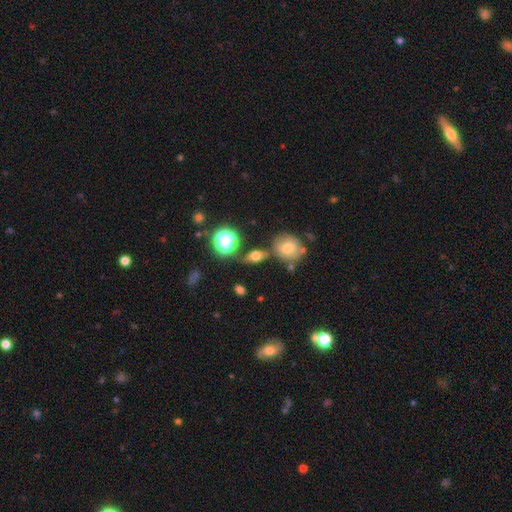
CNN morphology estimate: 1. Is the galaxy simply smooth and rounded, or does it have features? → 56% smooth, 25% featured or disk, 18% star or artifact.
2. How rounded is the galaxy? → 62% in between, 23% round, 15% cigar-shaped.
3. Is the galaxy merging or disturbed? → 73% none, 12% minor disturbance, 10% merger, 5% major disturbance.